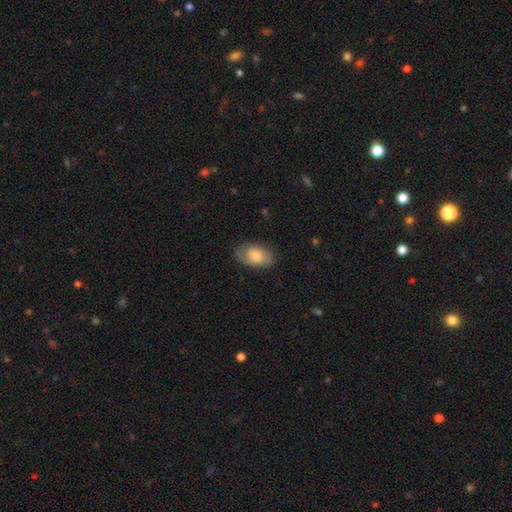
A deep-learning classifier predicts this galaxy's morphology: This is likely a smooth galaxy (76%). How rounded: clearly in between (92%). Merging: likely none (74%).